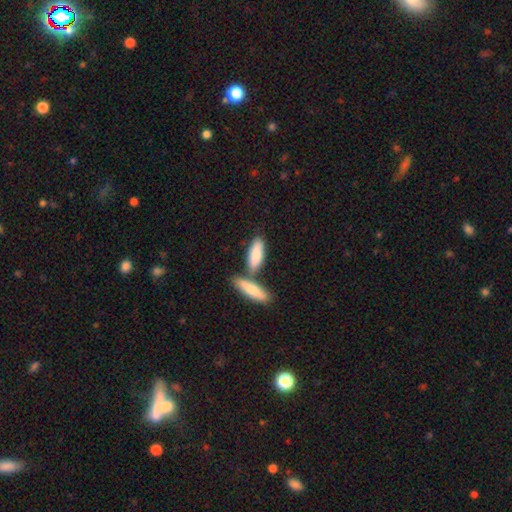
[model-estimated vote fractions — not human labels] smooth_or_featured: smooth (p=0.82) [alt: featured or disk p=0.14]
how_rounded: in between (p=0.60) [alt: cigar-shaped p=0.37]
merging: none (p=0.54) [alt: merger p=0.31]